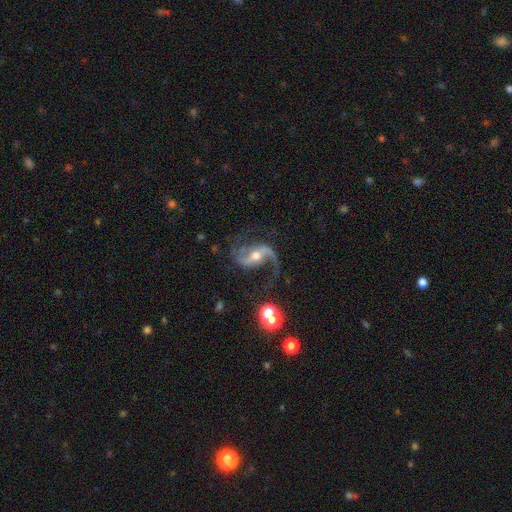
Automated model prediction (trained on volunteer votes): A featured or disk galaxy (91%) with a strong bar (36%, tied with weak), 2 (91%) loose (64%) spiral arms (98%) and a moderate central bulge (61%).

Vote fractions:
- Smooth or featured? featured or disk: 91% / star or artifact: 6% / smooth: 3%
- Edge-on disk? no: 97% / yes: 3%
- Bar? strong: 36% (tied) / weak: 36% (tied) / no: 28%
- Spiral arms? yes: 98% / no: 2%
- Spiral winding? loose: 64% / medium: 30% / tight: 6%
- Spiral arm count? 2: 91% / 1: 4% / can't tell: 1% / 3: 1% / 4: 1% / more than 4: 1%
- Bulge size? moderate: 61% / small: 34% / large: 3% / none: 1% / dominant: 1%
- Merging? none: 69% / minor disturbance: 16% / major disturbance: 12% / merger: 3%